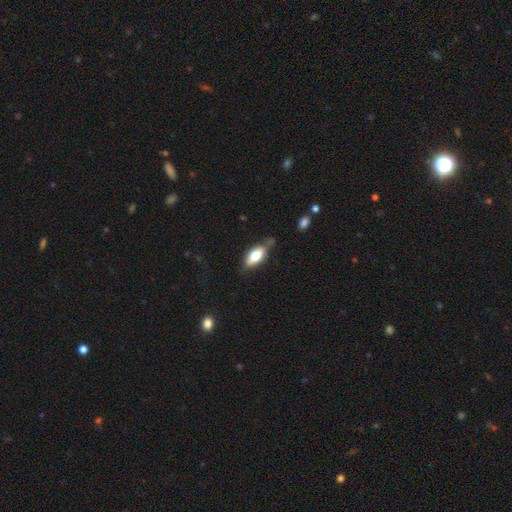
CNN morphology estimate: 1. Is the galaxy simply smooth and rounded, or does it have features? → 68% smooth, 26% featured or disk, 7% star or artifact.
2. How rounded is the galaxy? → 83% in between, 14% cigar-shaped, 3% round.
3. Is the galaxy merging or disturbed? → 65% none, 24% minor disturbance, 6% major disturbance, 5% merger.